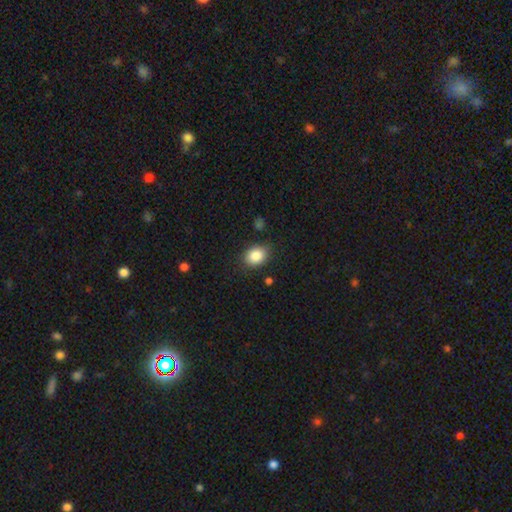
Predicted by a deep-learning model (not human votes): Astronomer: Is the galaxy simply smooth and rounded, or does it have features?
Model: smooth — 86%.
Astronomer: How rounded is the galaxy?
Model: in between — 62%.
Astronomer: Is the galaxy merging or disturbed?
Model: none — 84%.